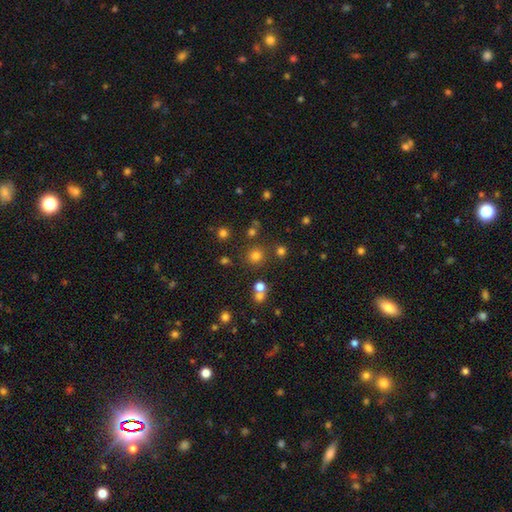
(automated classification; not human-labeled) smooth 71%, star or artifact 22%, featured or disk 7%. Down the decision tree: how rounded — round (92%); merging — none (81%).